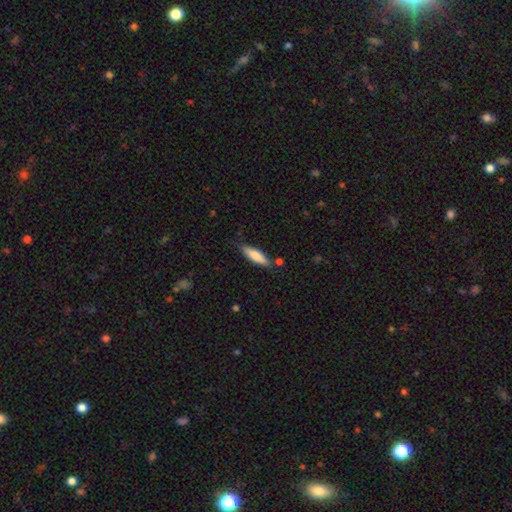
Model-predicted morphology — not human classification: type=smooth (75%); roundness=cigar-shaped (67%); merging=none (76%).